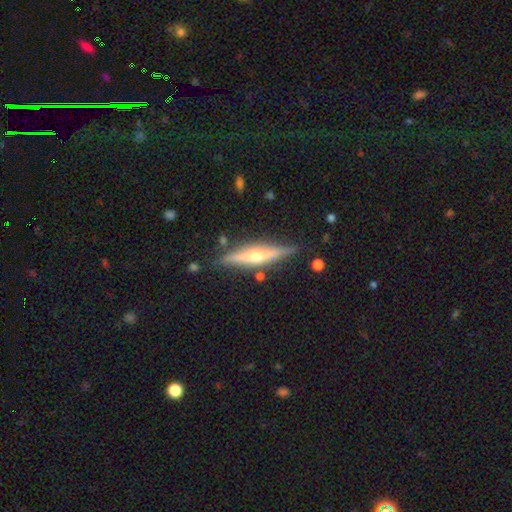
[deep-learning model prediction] featured or disk 72%, smooth 21%, star or artifact 7%. Down the decision tree: edge-on disk — yes (96%); edge-on bulge — rounded (87%); merging — none (85%).